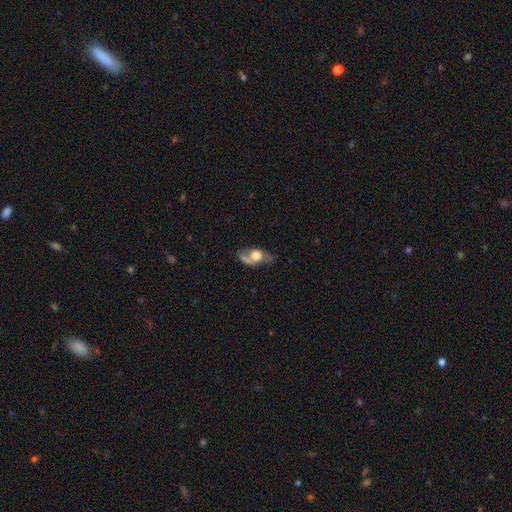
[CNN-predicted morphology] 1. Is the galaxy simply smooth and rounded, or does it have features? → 48% featured or disk, 44% smooth, 8% star or artifact.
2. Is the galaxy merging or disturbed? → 45% none, 25% minor disturbance, 23% major disturbance, 7% merger.